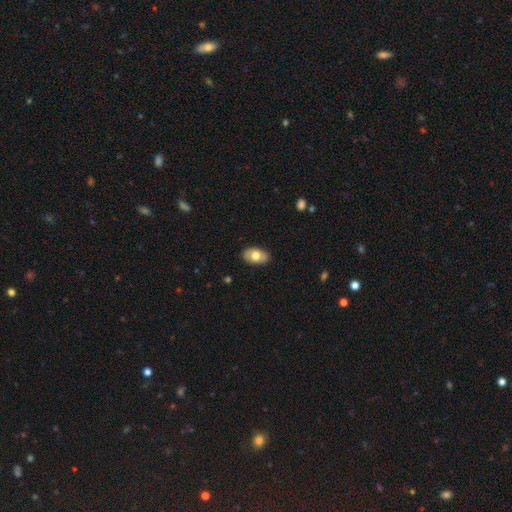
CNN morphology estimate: Smooth or featured: smooth — 68% (featured or disk — 26%)
How rounded: in between — 90% (round — 9%)
Merging: none — 84% (minor disturbance — 12%)